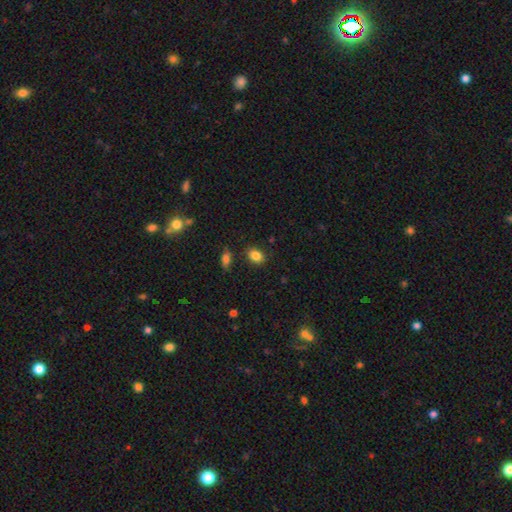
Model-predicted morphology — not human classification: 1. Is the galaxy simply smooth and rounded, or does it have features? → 84% smooth, 10% star or artifact, 6% featured or disk.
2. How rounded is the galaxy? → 68% in between, 31% round, 1% cigar-shaped.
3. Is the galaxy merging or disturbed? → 83% none, 11% minor disturbance, 3% merger, 3% major disturbance.